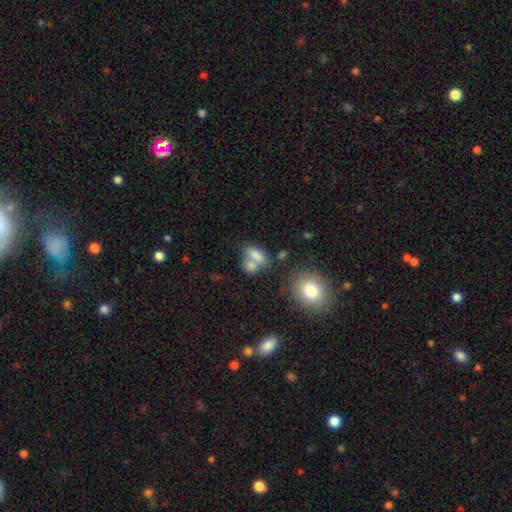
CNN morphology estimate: This appears to be a smooth galaxy with no disk features (74%) that is in between round and cigar-shaped (81%). Merging: merger (56%).